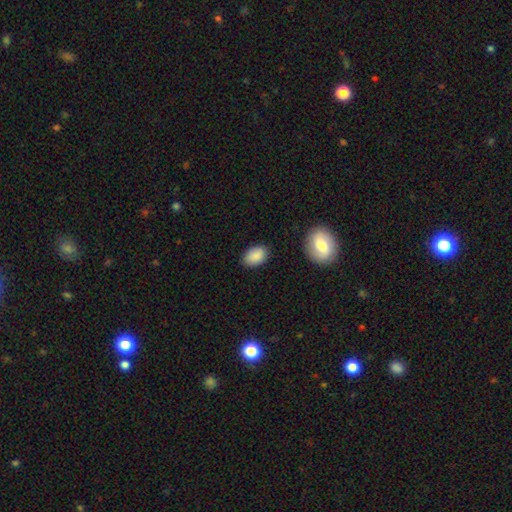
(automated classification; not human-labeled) Smooth or featured? smooth (88%)
How rounded? in between (87%)
Merging? none (82%)